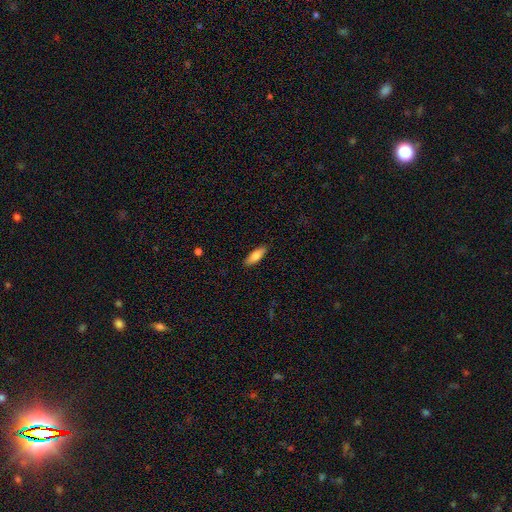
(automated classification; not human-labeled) smooth 79%, featured or disk 15%, star or artifact 6%. Down the decision tree: how rounded — in between (60%); merging — none (89%).